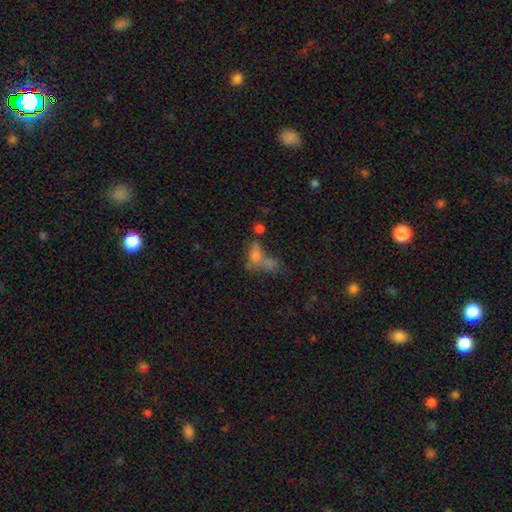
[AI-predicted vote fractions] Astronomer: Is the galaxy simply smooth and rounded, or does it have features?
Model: smooth — 60%.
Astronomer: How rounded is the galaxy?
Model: in between — 74%.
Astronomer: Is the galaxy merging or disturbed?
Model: merger — 48% (runner-up: none, 26%).